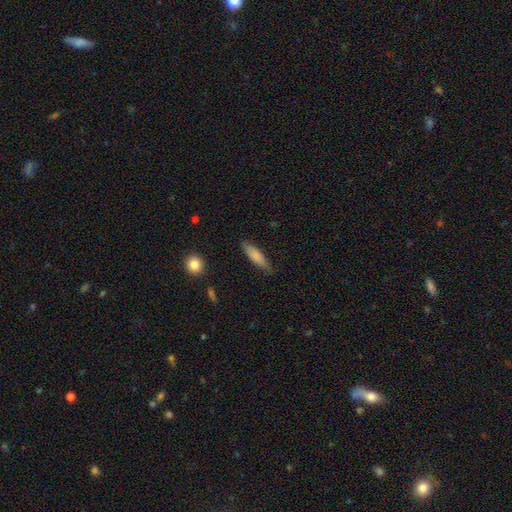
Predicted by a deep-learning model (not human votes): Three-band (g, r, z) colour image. It shows a smooth galaxy with no disk features (81%) that is cigar-shaped (57%). Merging: none (82%).